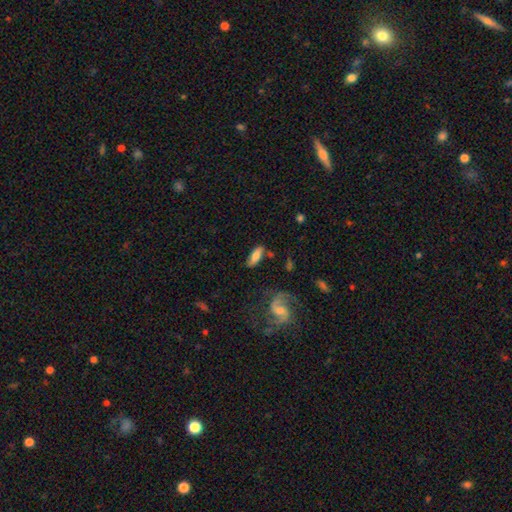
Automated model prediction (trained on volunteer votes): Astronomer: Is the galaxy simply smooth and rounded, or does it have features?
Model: smooth — 63%.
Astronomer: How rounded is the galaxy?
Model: in between — 64%.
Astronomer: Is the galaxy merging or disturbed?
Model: none — 74%.